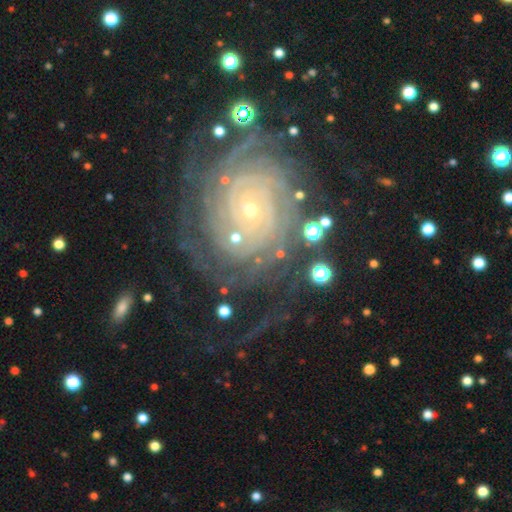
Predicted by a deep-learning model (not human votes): smooth_or_featured: featured or disk (p=0.87) [alt: star or artifact p=0.08]
disk_edge_on: no (p=0.97) [alt: yes p=0.03]
bar: no (p=0.78) [alt: weak p=0.15]
has_spiral_arms: yes (p=0.97) [alt: no p=0.03]
spiral_winding: tight (p=0.83) [alt: medium p=0.14]
spiral_arm_count: can't tell (p=0.28) [alt: more than 4 p=0.22]
bulge_size: small (p=0.82) [alt: moderate p=0.14]
merging: none (p=0.69) [alt: minor disturbance p=0.15]